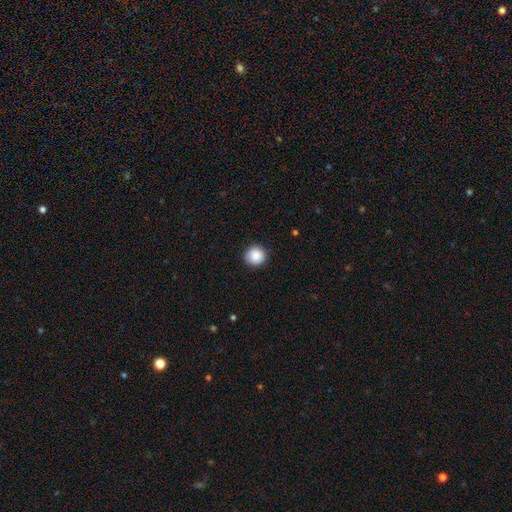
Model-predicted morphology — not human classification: This is clearly a smooth galaxy (89%). How rounded: clearly round (94%). Merging: clearly none (89%).